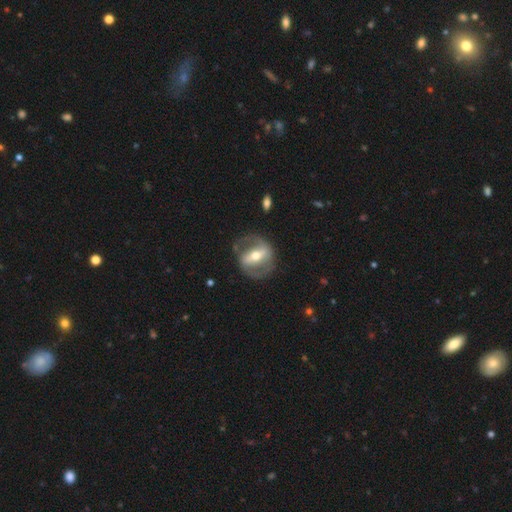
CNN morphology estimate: smooth_or_featured: featured or disk (p=0.78) [alt: smooth p=0.17]
disk_edge_on: no (p=0.92) [alt: yes p=0.08]
bar: strong (p=0.64) [alt: weak p=0.24]
has_spiral_arms: yes (p=0.68) [alt: no p=0.32]
bulge_size: moderate (p=0.65) [alt: small p=0.26]
merging: none (p=0.74) [alt: minor disturbance p=0.14]